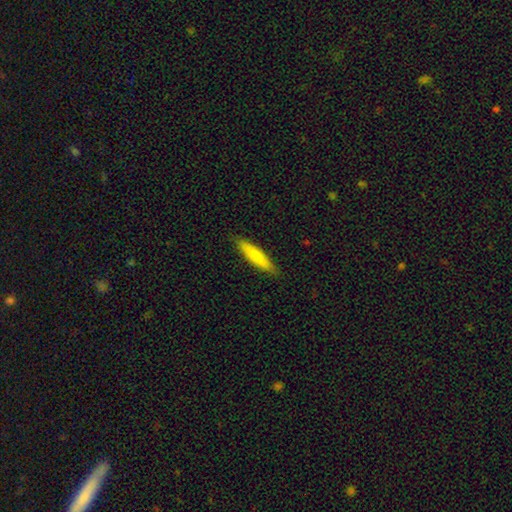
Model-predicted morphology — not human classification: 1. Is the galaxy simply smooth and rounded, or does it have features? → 75% smooth, 20% featured or disk, 5% star or artifact.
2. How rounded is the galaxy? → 84% cigar-shaped, 15% in between, 1% round.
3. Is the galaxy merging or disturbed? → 88% none, 9% minor disturbance, 2% major disturbance, 1% merger.